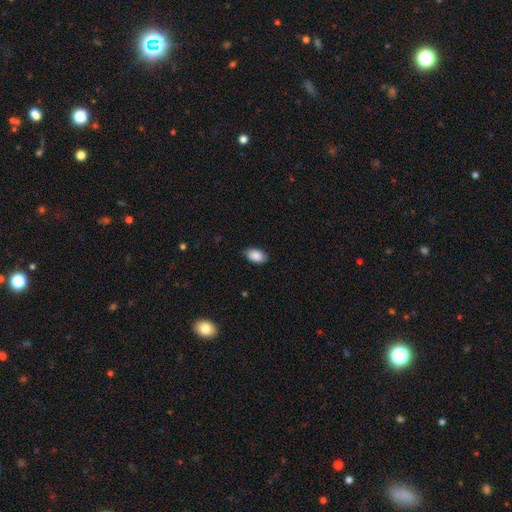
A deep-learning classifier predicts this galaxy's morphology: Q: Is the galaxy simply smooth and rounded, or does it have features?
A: smooth — 89%.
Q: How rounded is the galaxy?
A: in between — 93%.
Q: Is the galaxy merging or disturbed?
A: none — 85%.